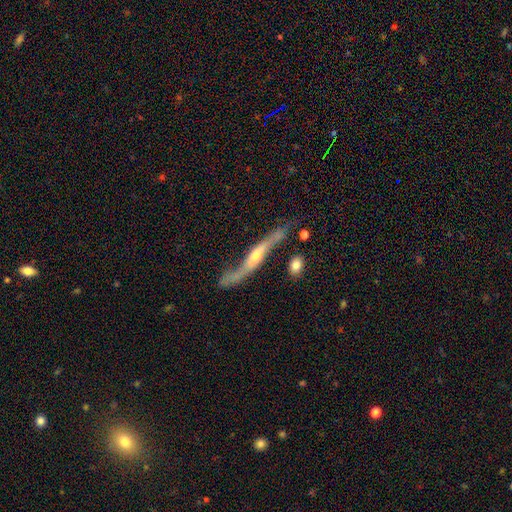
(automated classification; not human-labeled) The model was most divided on "merging": none: 52%, minor disturbance: 24%, major disturbance: 15%, merger: 9%. More confident: smooth or featured — featured or disk (81%); edge-on bulge — rounded (80%); edge-on disk — yes (65%).